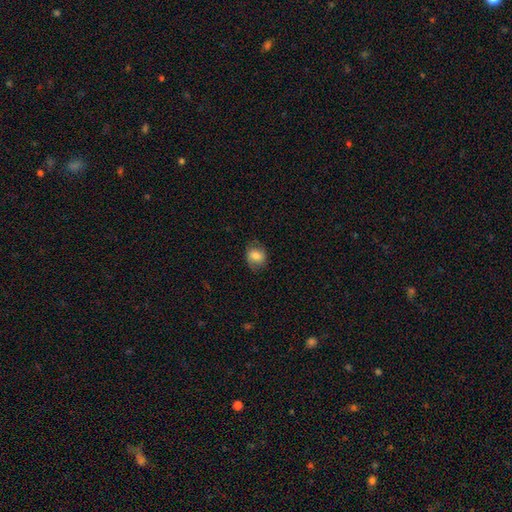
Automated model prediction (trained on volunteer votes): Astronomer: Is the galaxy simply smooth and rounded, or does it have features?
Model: smooth — 75%.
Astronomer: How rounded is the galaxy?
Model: round — 55% (runner-up: in between, 44%).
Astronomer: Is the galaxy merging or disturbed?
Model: none — 73%.